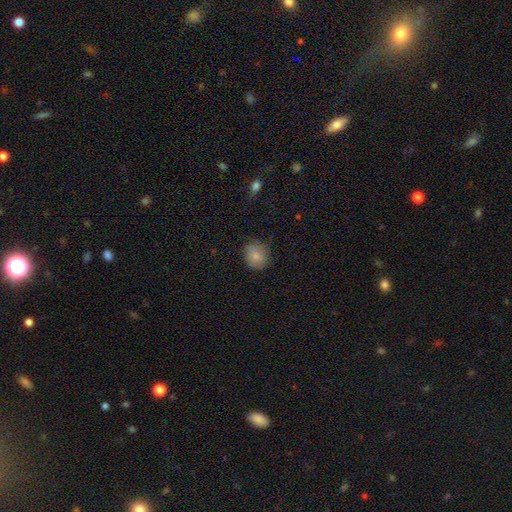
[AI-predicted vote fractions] Smooth or featured: smooth — 78% (featured or disk — 13%)
How rounded: round — 81% (in between — 18%)
Merging: none — 72% (minor disturbance — 23%)